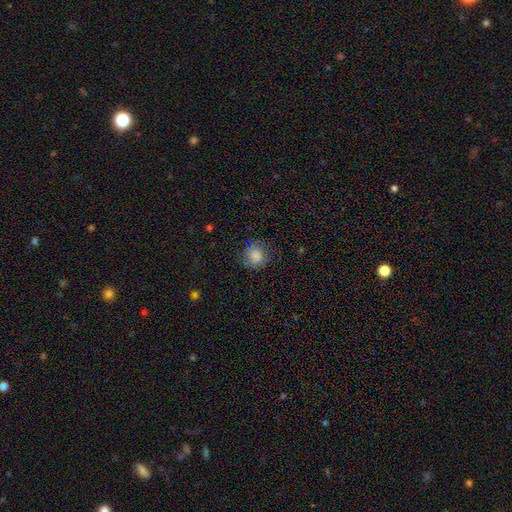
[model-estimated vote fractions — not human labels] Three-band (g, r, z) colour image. It shows a smooth galaxy with no disk features (84%) that is round (88%). Merging: none (79%).